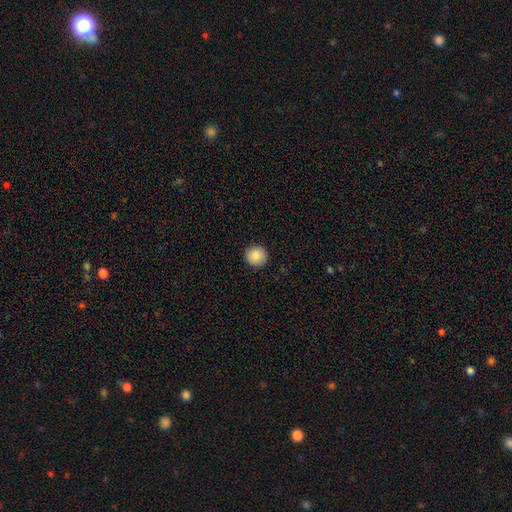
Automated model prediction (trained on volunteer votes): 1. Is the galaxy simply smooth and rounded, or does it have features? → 88% smooth, 8% star or artifact, 4% featured or disk.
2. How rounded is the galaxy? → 94% round, 5% in between, 1% cigar-shaped.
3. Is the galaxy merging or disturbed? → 92% none, 5% minor disturbance, 2% major disturbance, 1% merger.